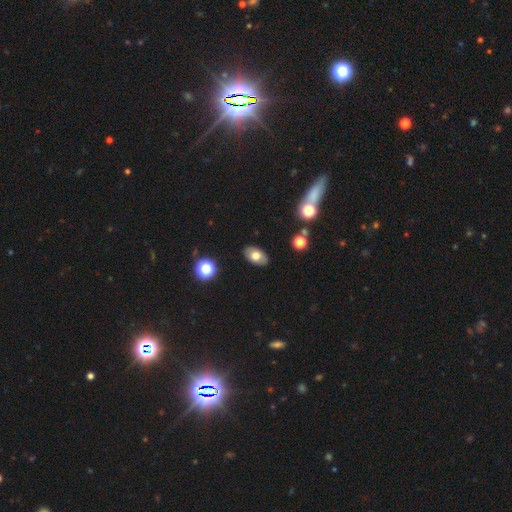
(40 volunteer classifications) Smooth or featured? 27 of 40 (68%) said smooth. How rounded? 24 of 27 (89%) said in between. Merging? 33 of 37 (89%) said none.